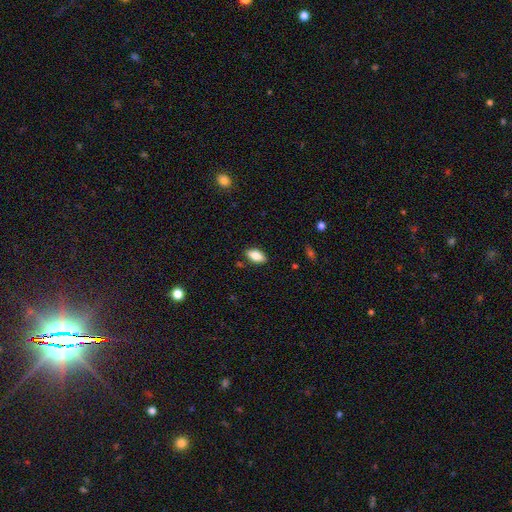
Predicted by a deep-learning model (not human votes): A smooth galaxy with no disk features (82%) that is in between round and cigar-shaped (89%).

Vote fractions:
- Smooth or featured? smooth: 82% / featured or disk: 11% / star or artifact: 7%
- How rounded? in between: 89% / cigar-shaped: 8% / round: 3%
- Merging? none: 87% / minor disturbance: 10% / major disturbance: 2% / merger: 1%